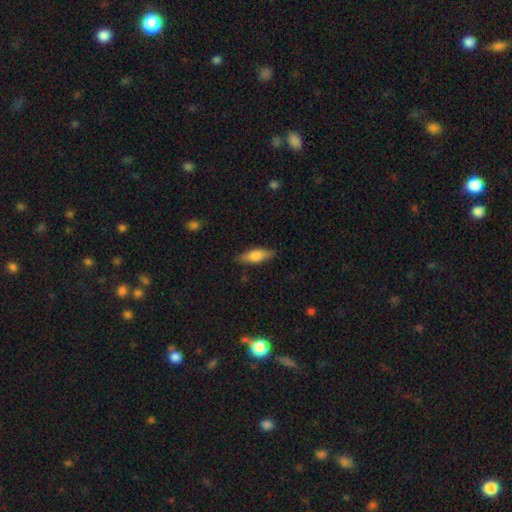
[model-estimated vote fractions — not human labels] Morphology: type=smooth (68%); roundness=in between (64%); merging=none (84%).